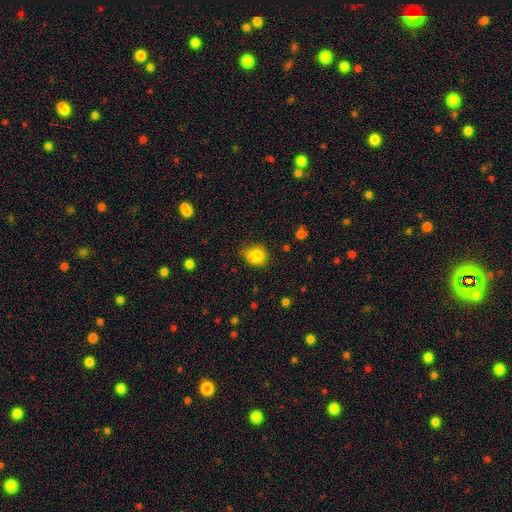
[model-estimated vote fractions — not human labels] smooth_or_featured: smooth (p=0.77) [alt: star or artifact p=0.12]
how_rounded: round (p=0.66) [alt: in between p=0.33]
merging: none (p=0.54) [alt: minor disturbance p=0.24]